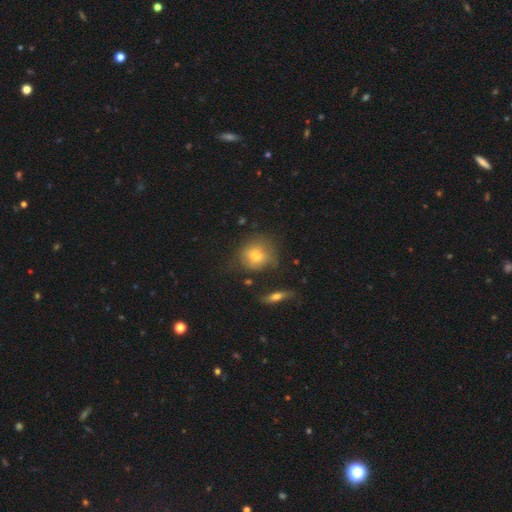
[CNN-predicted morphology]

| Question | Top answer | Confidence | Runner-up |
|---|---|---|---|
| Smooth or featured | smooth | 70% | featured or disk (18%) |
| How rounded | round | 70% | in between (29%) |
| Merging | none | 65% | minor disturbance (22%) |